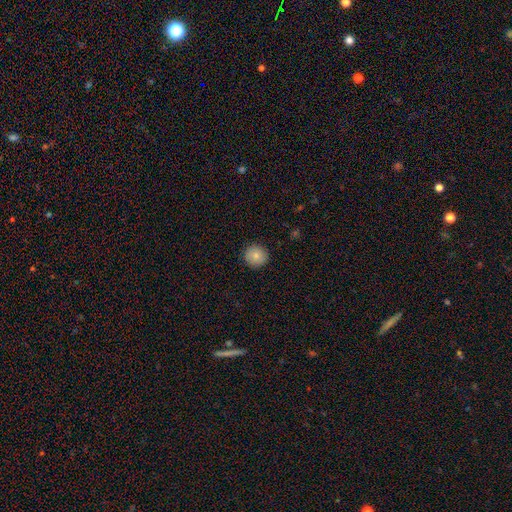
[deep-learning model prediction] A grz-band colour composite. It shows a smooth galaxy with no disk features (82%) that is round (94%). Merging: none (91%).